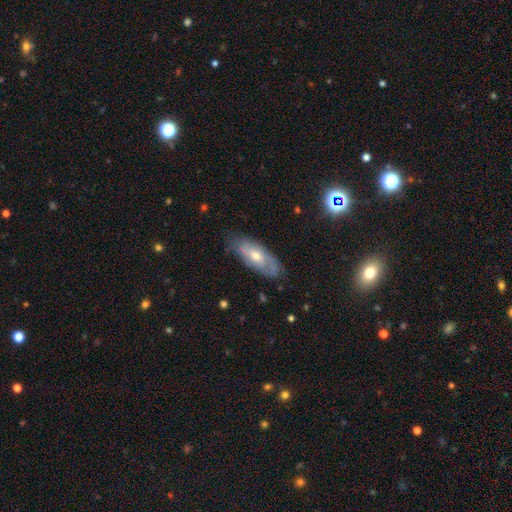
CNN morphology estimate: Smooth or featured: featured or disk — 63% (smooth — 29%)
Edge-on disk: no — 82% (yes — 18%)
Bar: no — 63% (weak — 31%)
Spiral arms: yes — 76% (no — 24%)
Bulge size: moderate — 64% (small — 29%)
Merging: none — 70% (minor disturbance — 22%)